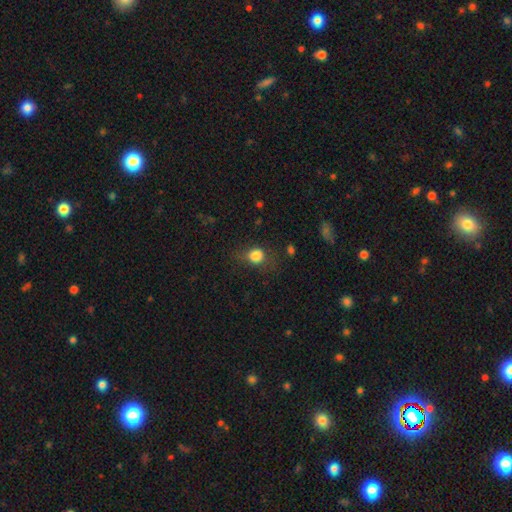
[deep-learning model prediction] Smooth or featured? Predicted: smooth (p=0.81). How rounded? Predicted: round (p=0.68). Merging? Predicted: none (p=0.58).